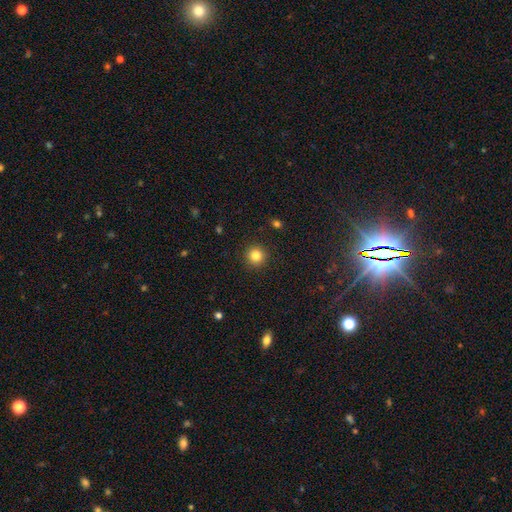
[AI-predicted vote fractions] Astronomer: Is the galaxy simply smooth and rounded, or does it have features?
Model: smooth — 83%.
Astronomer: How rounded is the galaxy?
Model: round — 95%.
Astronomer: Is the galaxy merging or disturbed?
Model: none — 92%.